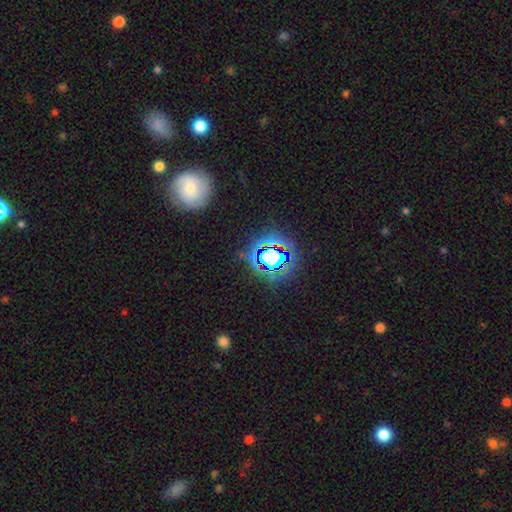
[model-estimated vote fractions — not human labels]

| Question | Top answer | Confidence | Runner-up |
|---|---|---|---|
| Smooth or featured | star or artifact | 74% | smooth (16%) |